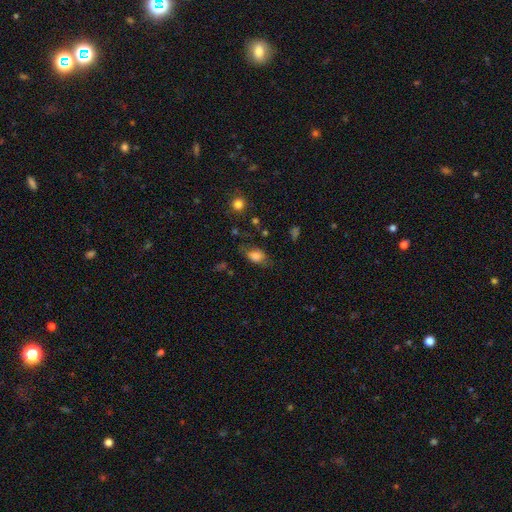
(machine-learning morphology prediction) smooth 75%, featured or disk 15%, star or artifact 11%. Down the decision tree: how rounded — in between (80%); merging — none (57%).